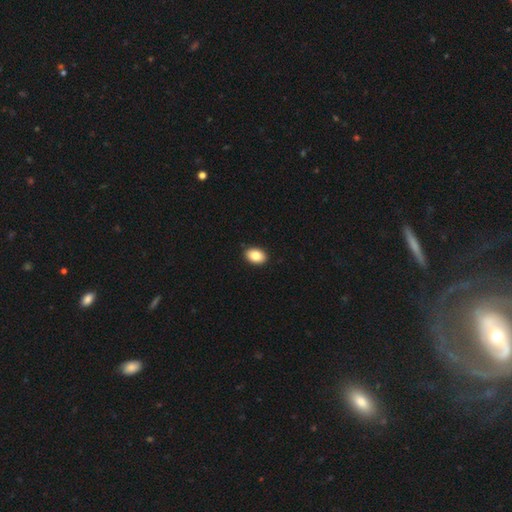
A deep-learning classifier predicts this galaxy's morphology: smooth_or_featured: smooth (p=0.86) [alt: star or artifact p=0.07]
how_rounded: in between (p=0.83) [alt: round p=0.16]
merging: none (p=0.91) [alt: minor disturbance p=0.07]